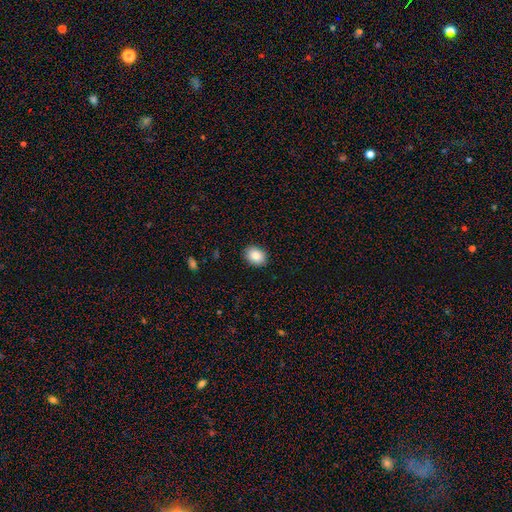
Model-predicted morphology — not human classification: A smooth galaxy with no disk features (85%) that is in between round and cigar-shaped (56%).

Vote fractions:
- Smooth or featured? smooth: 85% / star or artifact: 8% / featured or disk: 7%
- How rounded? in between: 56% / round: 43% / cigar-shaped: 1%
- Merging? none: 90% / minor disturbance: 7% / major disturbance: 2% / merger: 1%